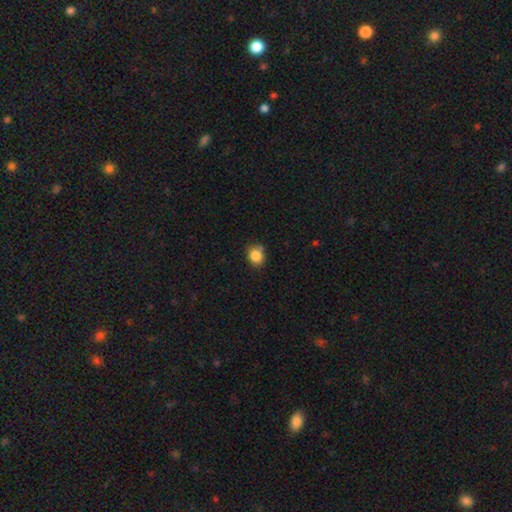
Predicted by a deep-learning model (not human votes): smooth-or-featured: smooth: 85% | star or artifact: 10% | featured or disk: 5%
  how-rounded: round: 68% | in between: 31% | cigar-shaped: 1%
  merging: none: 73% | minor disturbance: 20% | merger: 3% | major disturbance: 3%